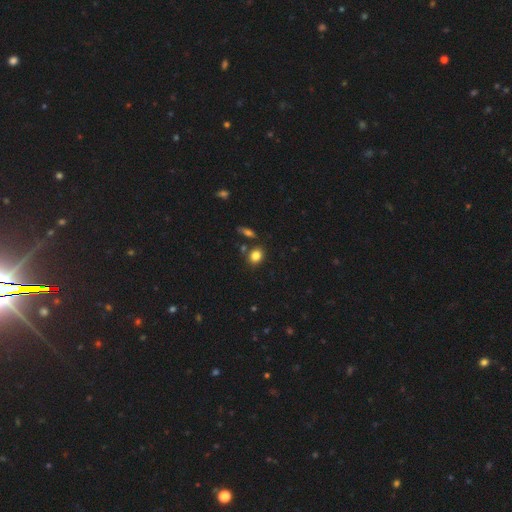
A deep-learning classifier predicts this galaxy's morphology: smooth_or_featured: smooth (p=0.82) [alt: star or artifact p=0.11]
how_rounded: round (p=0.56) [alt: in between p=0.43]
merging: none (p=0.78) [alt: minor disturbance p=0.11]